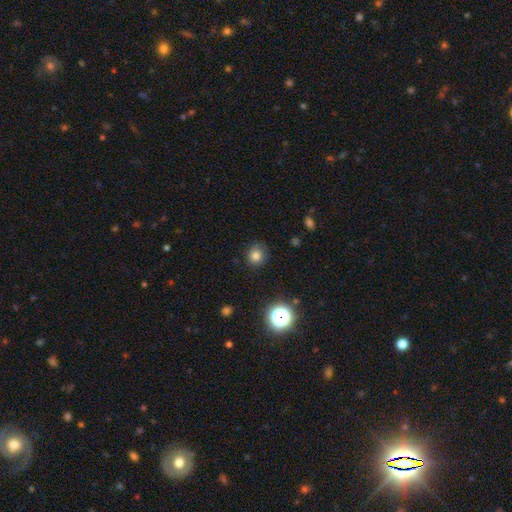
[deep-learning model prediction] This is likely a smooth galaxy (79%). How rounded: clearly round (88%). Merging: clearly none (84%).